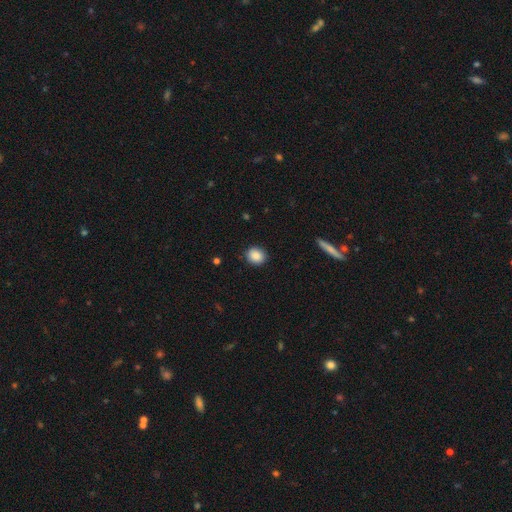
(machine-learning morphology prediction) Smooth or featured?
  - smooth: 88% *
  - star or artifact: 8%
  - featured or disk: 4%
How rounded?
  - round: 72% *
  - in between: 27%
  - cigar-shaped: 1%
Merging?
  - none: 89% *
  - minor disturbance: 8%
  - major disturbance: 2%
  - merger: 1%